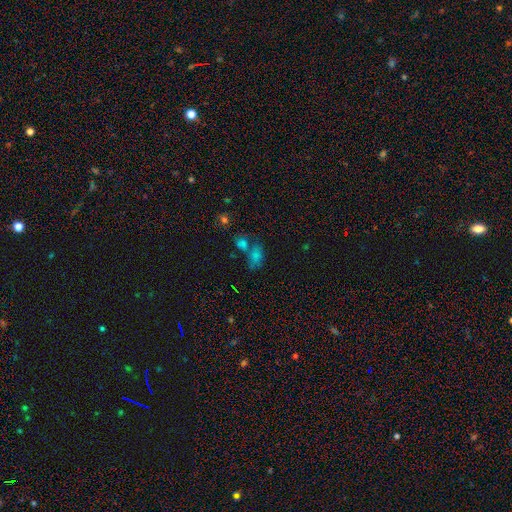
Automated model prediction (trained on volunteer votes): The model was most divided on "merging": none: 38%, merger: 37%, minor disturbance: 15%, major disturbance: 10%. More confident: how rounded — in between (81%); smooth or featured — smooth (66%).